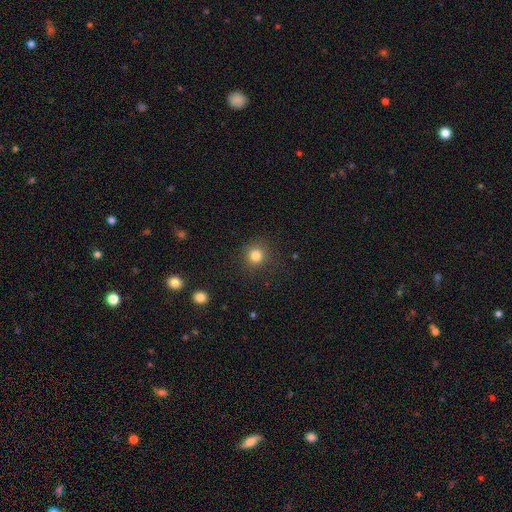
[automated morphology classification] Smooth or featured? smooth (82%)
How rounded? round (92%)
Merging? none (88%)